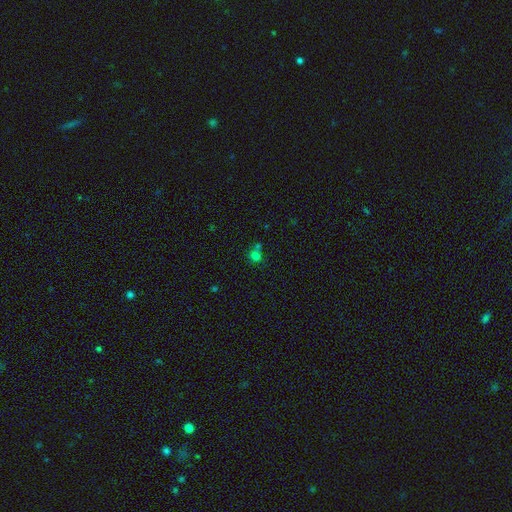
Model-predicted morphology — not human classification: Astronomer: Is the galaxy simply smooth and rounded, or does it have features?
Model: smooth — 72%.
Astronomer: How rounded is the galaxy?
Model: round — 84%.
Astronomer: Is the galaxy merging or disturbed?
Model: none — 53% (runner-up: merger, 34%).